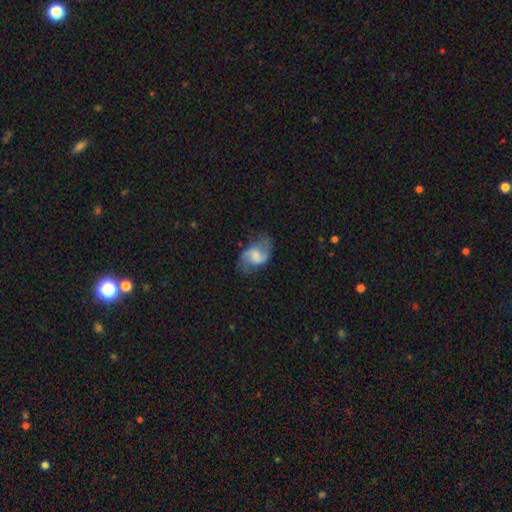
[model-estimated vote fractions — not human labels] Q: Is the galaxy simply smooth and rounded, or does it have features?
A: featured or disk — 72%.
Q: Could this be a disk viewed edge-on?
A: no — 97%.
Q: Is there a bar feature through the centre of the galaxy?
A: weak — 51%.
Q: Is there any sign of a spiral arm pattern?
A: yes — 93%.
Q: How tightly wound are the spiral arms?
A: loose — 55%.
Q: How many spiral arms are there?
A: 2 — 88%.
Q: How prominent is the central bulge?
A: none — 30%.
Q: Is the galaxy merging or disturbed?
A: none — 65%.